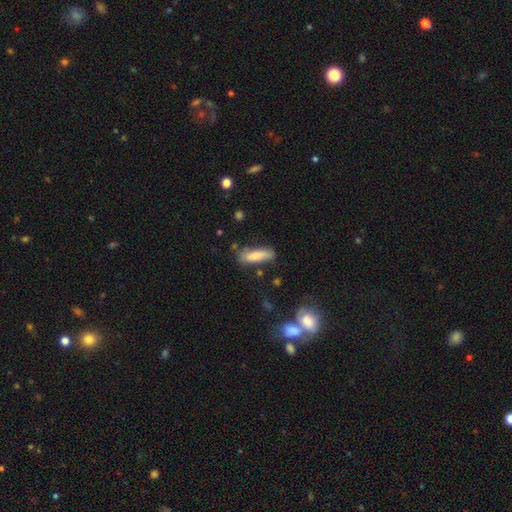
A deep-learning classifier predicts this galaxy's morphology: smooth-or-featured: smooth: 82% | featured or disk: 12% | star or artifact: 7%
  how-rounded: cigar-shaped: 57% | in between: 42% | round: 2%
  merging: none: 67% | minor disturbance: 23% | major disturbance: 6% | merger: 5%